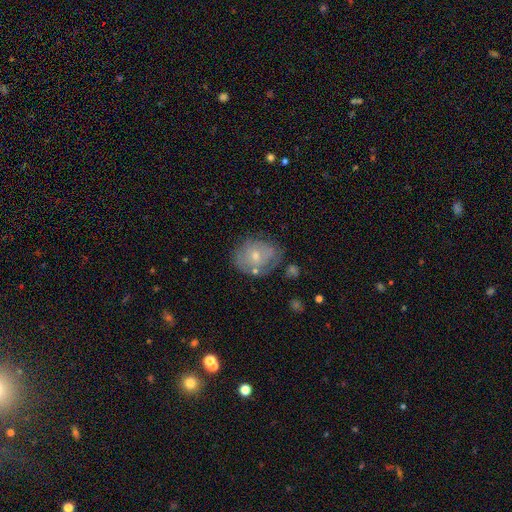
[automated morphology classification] Overall: featured or disk (50%; smooth 39%). Edge-on disk: no (96%). Merging: none (64%).